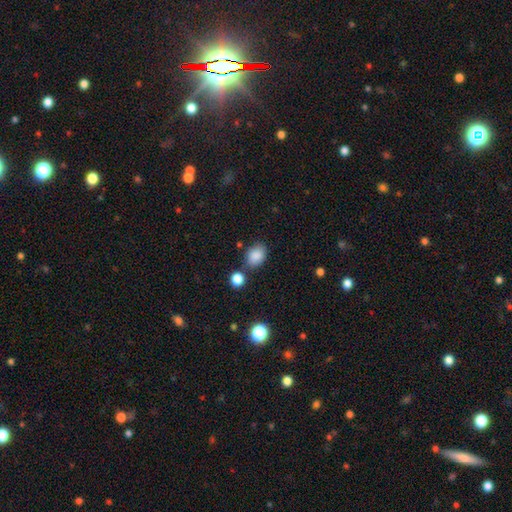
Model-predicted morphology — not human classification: Smooth or featured? Predicted: smooth (p=0.86). How rounded? Predicted: in between (p=0.71). Merging? Predicted: none (p=0.72).